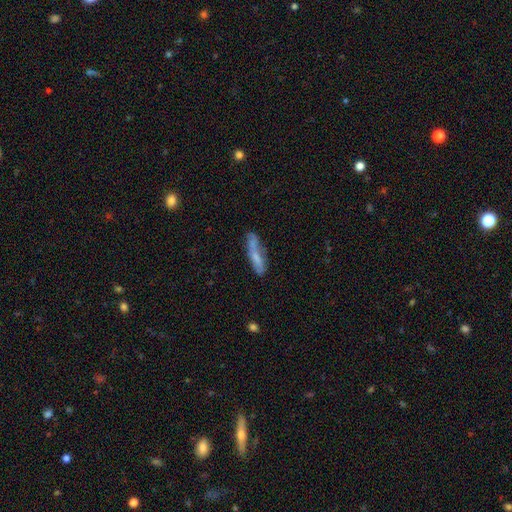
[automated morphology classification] This appears to be a smooth galaxy with no disk features (48%). Merging: none (65%).